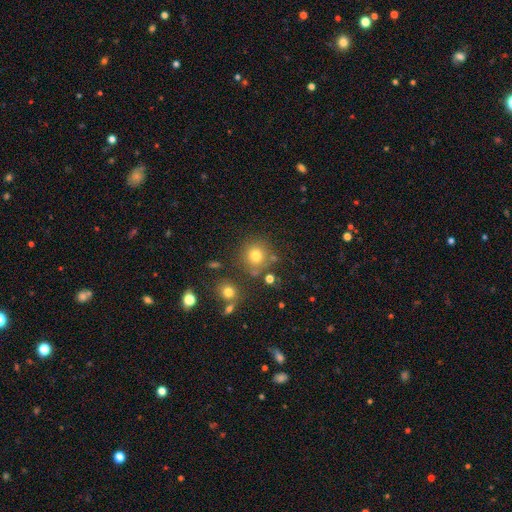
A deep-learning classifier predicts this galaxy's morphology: The model was most divided on "smooth or featured": smooth: 75%, star or artifact: 16%, featured or disk: 10%. More confident: how rounded — round (91%); merging — none (77%).